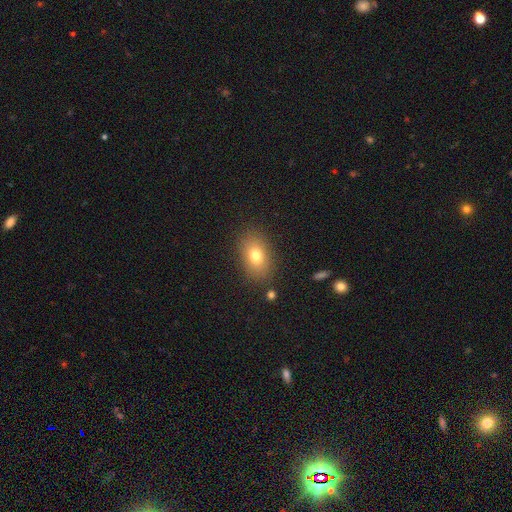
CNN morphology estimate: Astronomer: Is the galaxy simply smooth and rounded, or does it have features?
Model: smooth — 76%.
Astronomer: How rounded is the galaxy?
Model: in between — 82%.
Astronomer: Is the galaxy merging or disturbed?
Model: none — 84%.